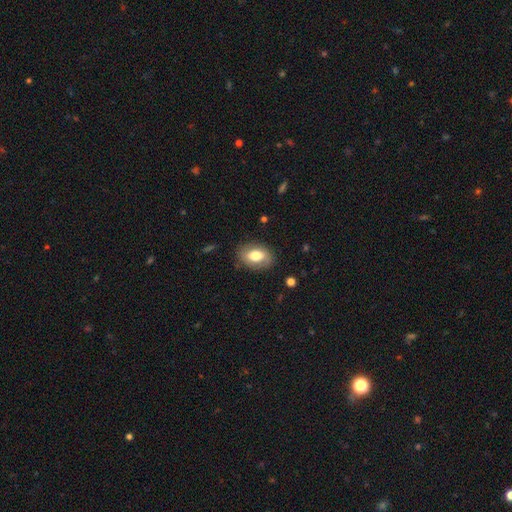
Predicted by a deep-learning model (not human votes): Overall: smooth (70%). How rounded: in between (83%). Merging: none (82%).